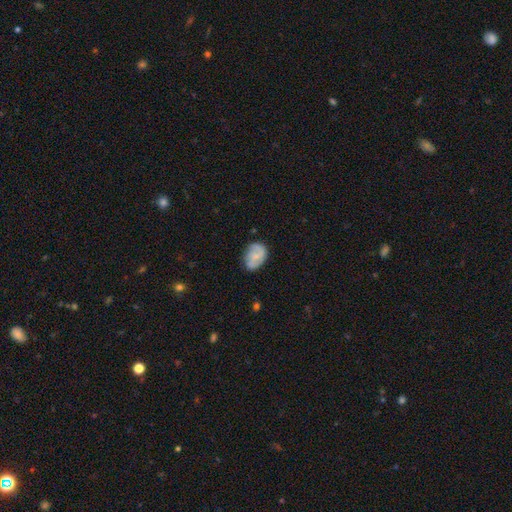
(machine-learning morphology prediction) Smooth or featured? smooth (53%)
How rounded? in between (74%)
Merging? none (66%)